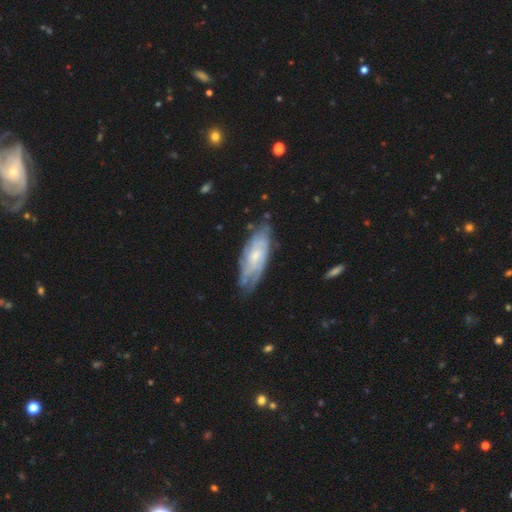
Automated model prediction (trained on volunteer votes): featured or disk 65%, smooth 29%, star or artifact 6%. Down the decision tree: edge-on disk — no (83%); bar — no (73%); spiral arms — yes (82%); bulge size — small (58%); merging — none (66%).